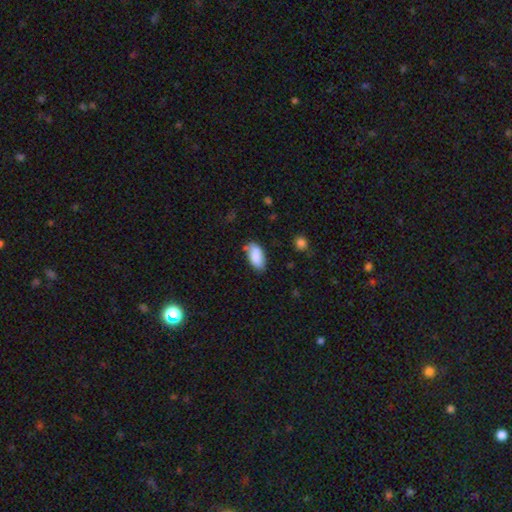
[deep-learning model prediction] The model was most divided on "merging": none: 70%, minor disturbance: 22%, major disturbance: 5%, merger: 3%. More confident: how rounded — in between (93%); smooth or featured — smooth (87%).